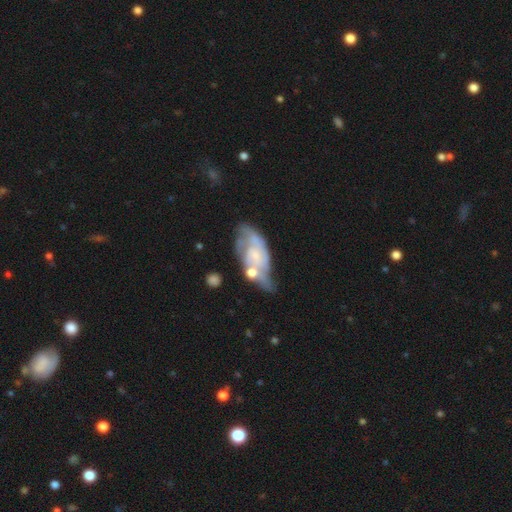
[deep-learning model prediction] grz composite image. It shows a featured or disk galaxy (75%) with no bar (68%), 2 (49%) medium (41%) spiral arms (84%) and a small central bulge (63%). Merging: none (41%).